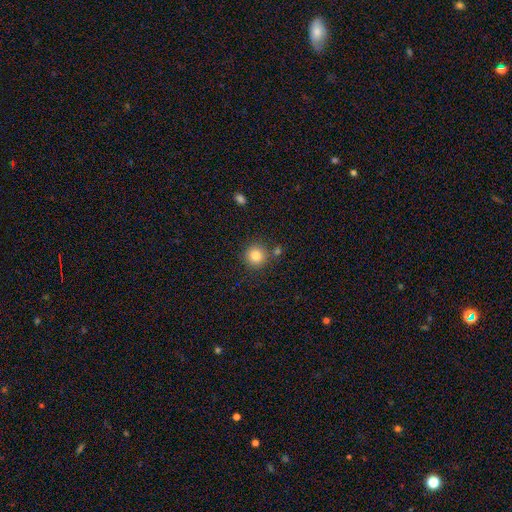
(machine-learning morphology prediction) Smooth or featured? smooth (83%)
How rounded? round (92%)
Merging? none (80%)